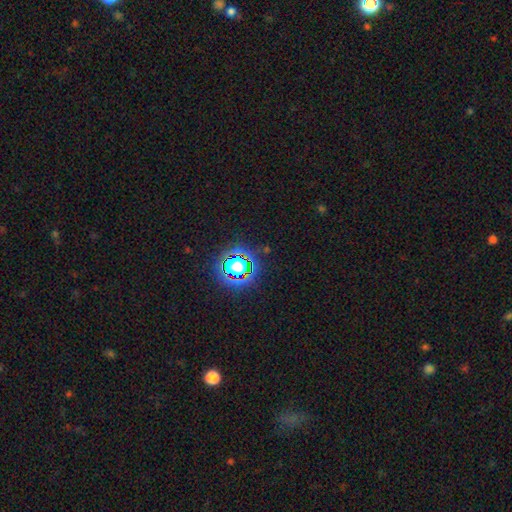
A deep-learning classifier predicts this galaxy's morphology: Smooth or featured? star or artifact (79%)